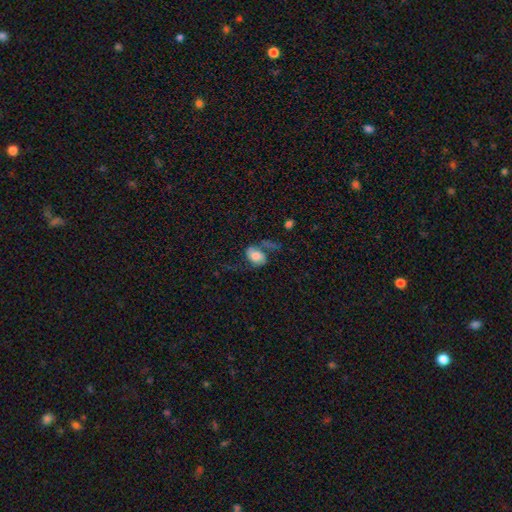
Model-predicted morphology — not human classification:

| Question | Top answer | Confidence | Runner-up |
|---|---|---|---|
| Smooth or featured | smooth | 48% | featured or disk (42%) |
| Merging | none | 40% | major disturbance (28%) |